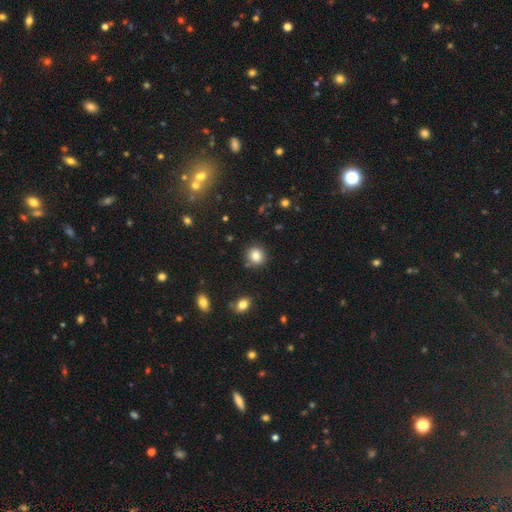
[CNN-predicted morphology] smooth_or_featured: smooth (p=0.84) [alt: star or artifact p=0.10]
how_rounded: round (p=0.89) [alt: in between p=0.10]
merging: none (p=0.87) [alt: minor disturbance p=0.08]